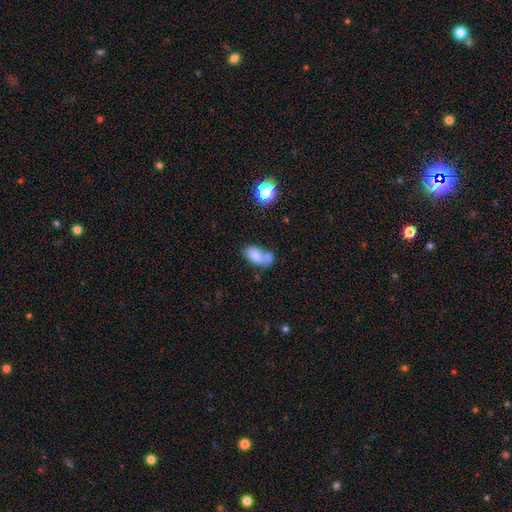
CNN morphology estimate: A smooth galaxy with no disk features (77%) that is in between round and cigar-shaped (89%). Merging: merger (50%).